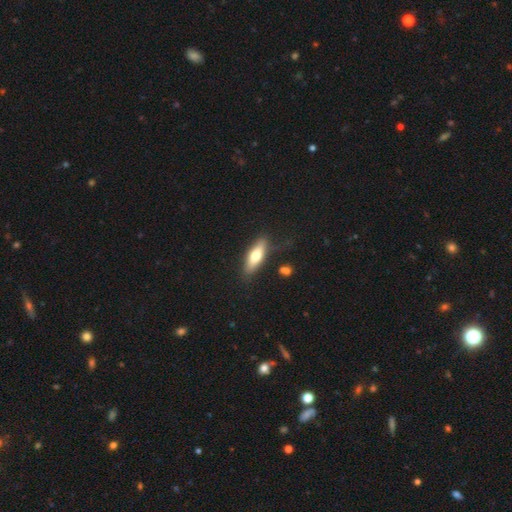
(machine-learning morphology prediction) This appears to be a smooth galaxy with no disk features (65%) that is in between round and cigar-shaped (54%). Merging: none (78%).